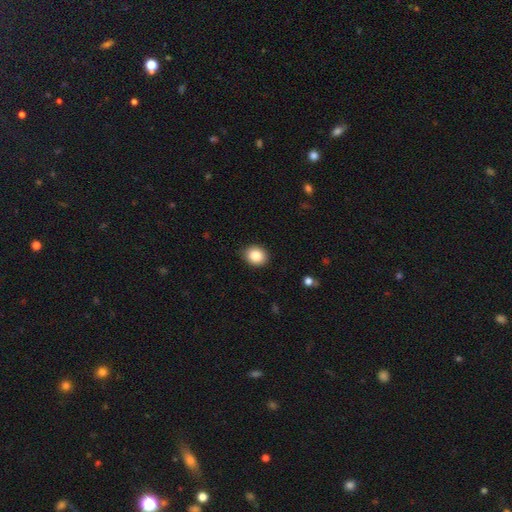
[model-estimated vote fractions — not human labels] Smooth or featured: smooth — 87% (star or artifact — 8%)
How rounded: round — 54% (in between — 45%)
Merging: none — 87% (minor disturbance — 10%)